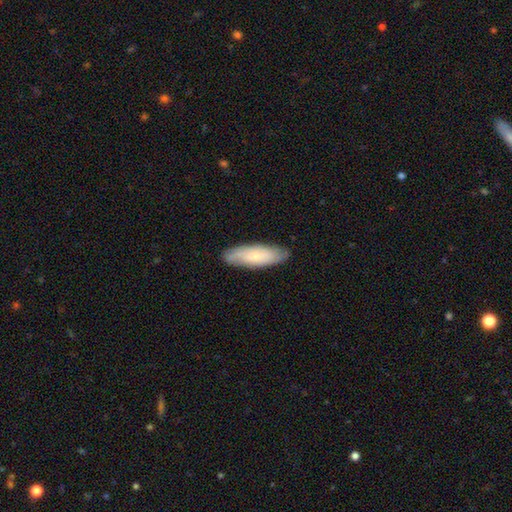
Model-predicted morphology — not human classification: Overall: smooth (66%; featured or disk 28%). How rounded: in between (53%; cigar-shaped 45%). Merging: none (84%).